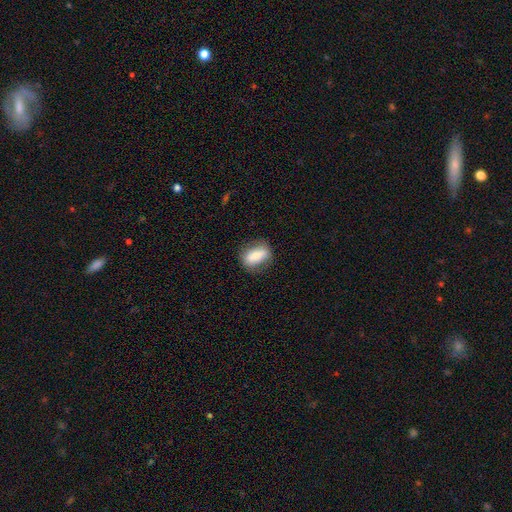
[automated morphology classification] Smooth or featured?
  - smooth: 76% *
  - featured or disk: 17%
  - star or artifact: 7%
How rounded?
  - in between: 78% *
  - round: 14%
  - cigar-shaped: 7%
Merging?
  - none: 78% *
  - minor disturbance: 16%
  - major disturbance: 5%
  - merger: 1%